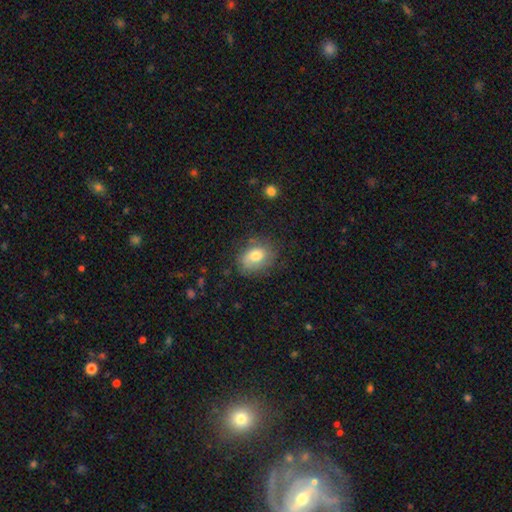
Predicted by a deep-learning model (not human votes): This appears to be a smooth galaxy with no disk features (67%) that is in between round and cigar-shaped (68%). Merging: none (68%).